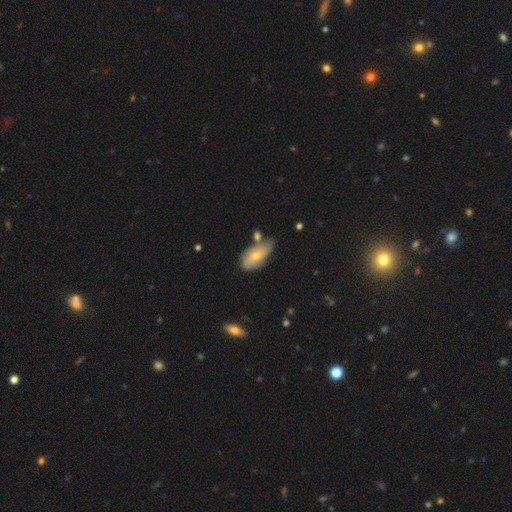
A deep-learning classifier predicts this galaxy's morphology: Smooth or featured? Predicted: smooth (p=0.57). How rounded? Predicted: in between (p=0.89). Merging? Predicted: none (p=0.43).